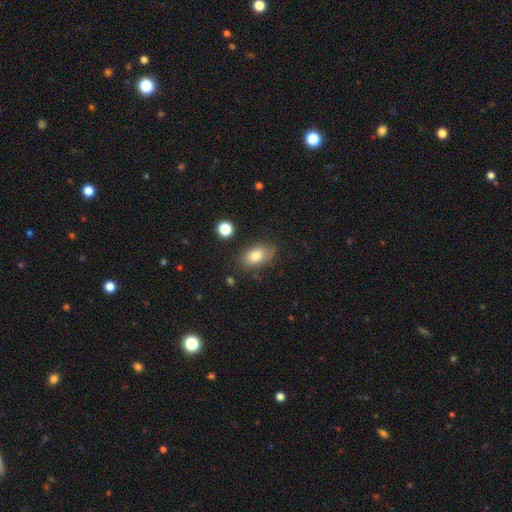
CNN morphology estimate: Smooth or featured? Predicted: smooth (p=0.77). How rounded? Predicted: in between (p=0.87). Merging? Predicted: none (p=0.72).